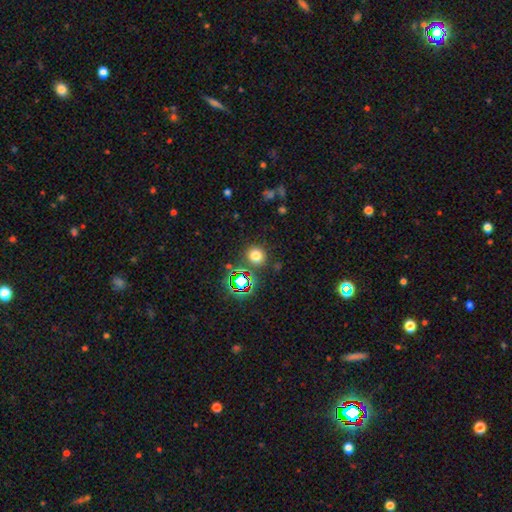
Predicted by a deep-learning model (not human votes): Q: Smooth or featured?
A: smooth (70%); runner-up: star or artifact (23%)
Q: How rounded?
A: round (89%); runner-up: in between (10%)
Q: Merging?
A: none (82%); runner-up: minor disturbance (8%)